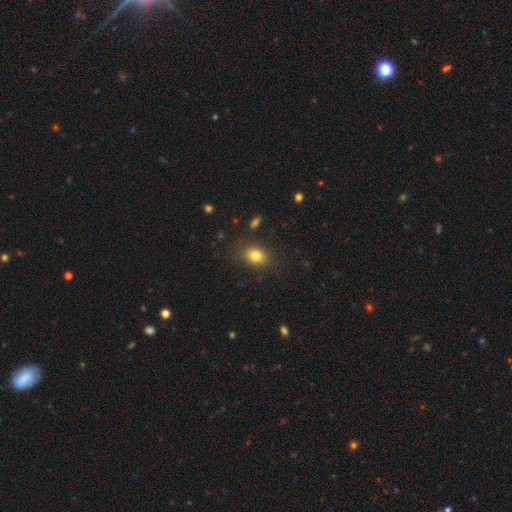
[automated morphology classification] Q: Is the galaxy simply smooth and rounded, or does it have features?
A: smooth — 81%.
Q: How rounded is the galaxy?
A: in between — 64%.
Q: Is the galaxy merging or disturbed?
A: none — 81%.